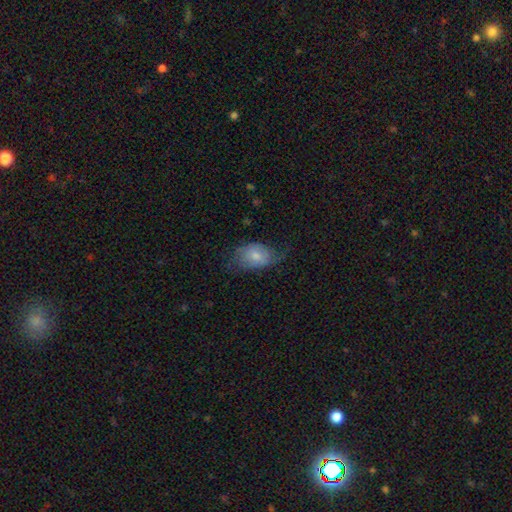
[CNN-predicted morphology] Overall: smooth (63%; featured or disk 29%). How rounded: in between (80%). Merging: none (46%; minor disturbance 32%).